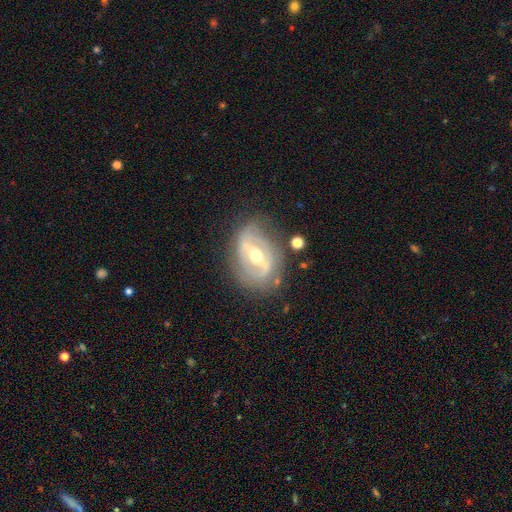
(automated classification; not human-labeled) smooth-or-featured: featured or disk: 82% | smooth: 12% | star or artifact: 6%
  disk-edge-on: no: 93% | yes: 7%
    bar: strong: 58% | weak: 30% | no: 12%
    has-spiral-arms: yes: 72% | no: 28%
      spiral-winding: tight: 42% | medium: 37% | loose: 21%
      spiral-arm-count: 2: 66% | can't tell: 21% | 3: 6% | 1: 5% | 4: 2% | more than 4: 1%
    bulge-size: moderate: 69% | small: 25% | large: 4% | none: 1% | dominant: 1%
  merging: none: 70% | minor disturbance: 19% | major disturbance: 8% | merger: 3%